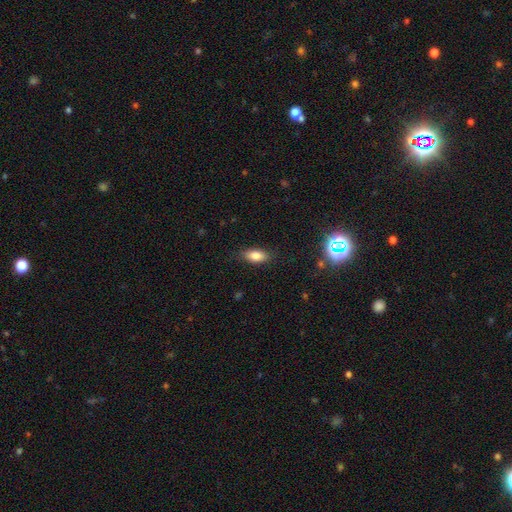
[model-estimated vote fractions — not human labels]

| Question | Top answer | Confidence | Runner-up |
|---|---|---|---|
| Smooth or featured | smooth | 84% | star or artifact (8%) |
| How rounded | in between | 86% | cigar-shaped (10%) |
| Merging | none | 85% | minor disturbance (12%) |